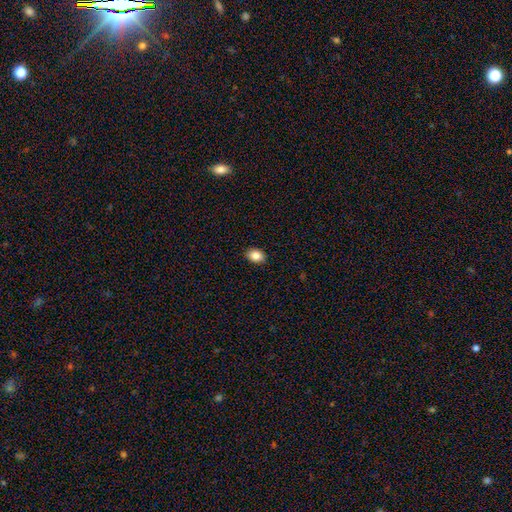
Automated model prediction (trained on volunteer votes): Smooth or featured: smooth — 86% (star or artifact — 9%)
How rounded: in between — 70% (round — 29%)
Merging: none — 90% (minor disturbance — 8%)